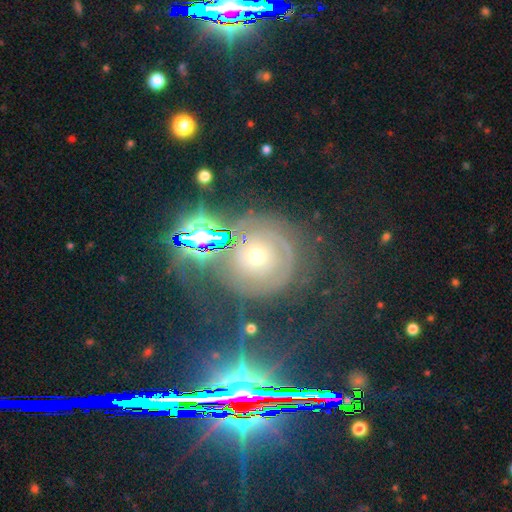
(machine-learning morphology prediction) featured or disk 58%, star or artifact 29%, smooth 13%. Down the decision tree: edge-on disk — no (93%); bar — no (81%); spiral arms — yes (83%); bulge size — small (51%); merging — none (73%).